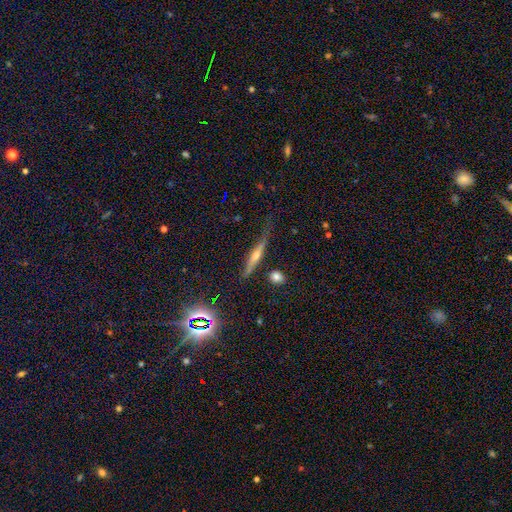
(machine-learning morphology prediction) A featured or disk galaxy (63%) viewed edge-on (94%) with a rounded central bulge (82%).

Vote fractions:
- Smooth or featured? featured or disk: 63% / smooth: 23% / star or artifact: 14%
- Edge-on disk? yes: 94% / no: 6%
- Edge-on bulge? rounded: 82% / none: 10% / boxy: 8%
- Merging? none: 72% / minor disturbance: 19% / major disturbance: 5% / merger: 3%